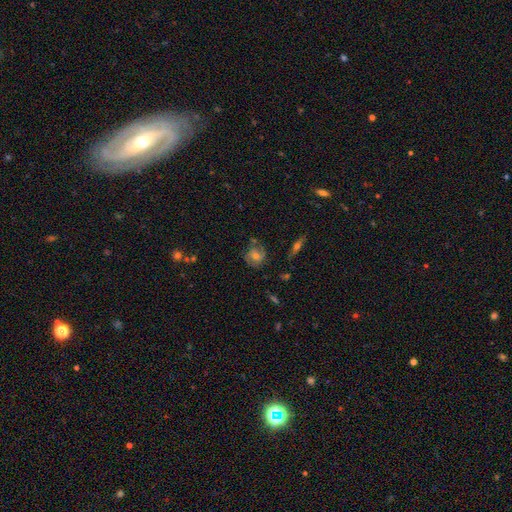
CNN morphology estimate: A featured or disk galaxy (57%) with no bar (54%), spiral arms (83%) and a moderate central bulge (57%). Merging: none (69%).